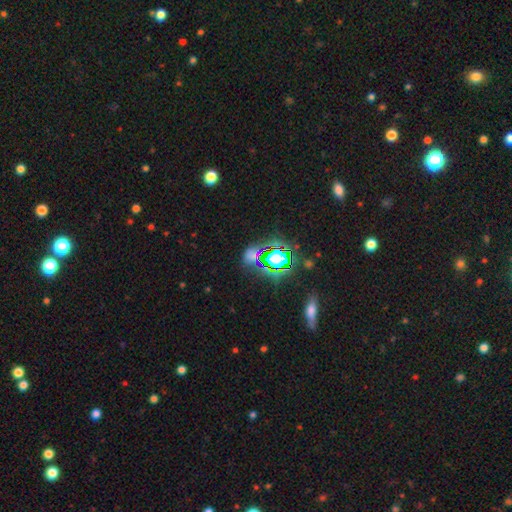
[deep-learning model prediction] This appears to be a star or artifact, not a galaxy (69%).